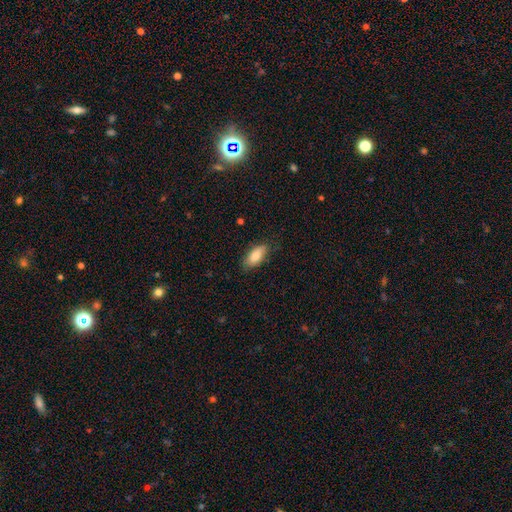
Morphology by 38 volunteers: Volunteers were most divided on "merging": none: 81%, major disturbance: 11%, minor disturbance: 8%, merger: 0%. More confident: how rounded — in between (94%); smooth or featured — smooth (92%).